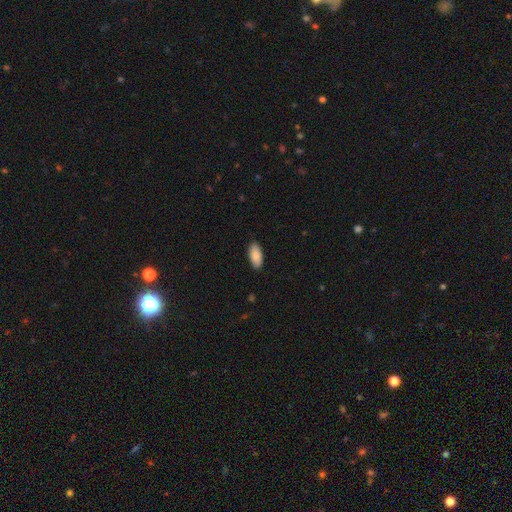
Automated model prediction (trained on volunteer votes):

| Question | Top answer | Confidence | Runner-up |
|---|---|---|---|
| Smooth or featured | smooth | 87% | featured or disk (7%) |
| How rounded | in between | 91% | cigar-shaped (7%) |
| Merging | none | 88% | minor disturbance (9%) |